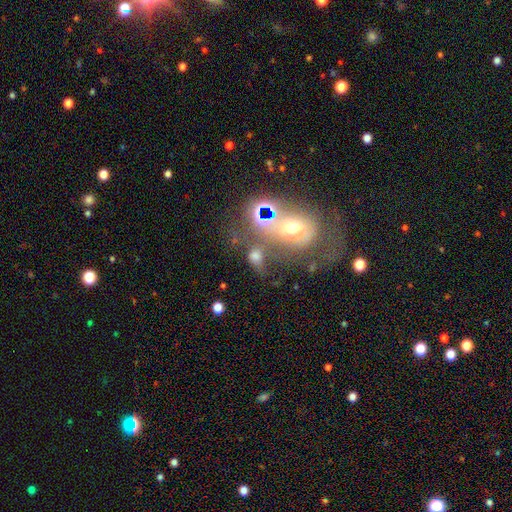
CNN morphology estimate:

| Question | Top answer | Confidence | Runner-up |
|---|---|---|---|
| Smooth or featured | smooth | 56% | star or artifact (27%) |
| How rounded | in between | 62% | round (35%) |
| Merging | none | 39% | merger (30%) |